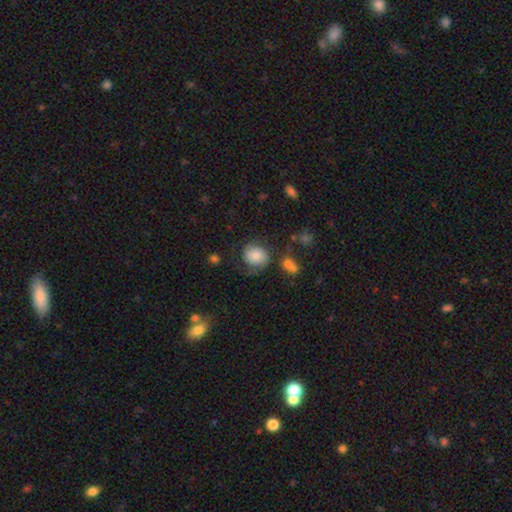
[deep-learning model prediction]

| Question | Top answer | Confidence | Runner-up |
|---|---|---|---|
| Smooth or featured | smooth | 75% | featured or disk (16%) |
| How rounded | round | 70% | in between (29%) |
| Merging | none | 63% | minor disturbance (20%) |